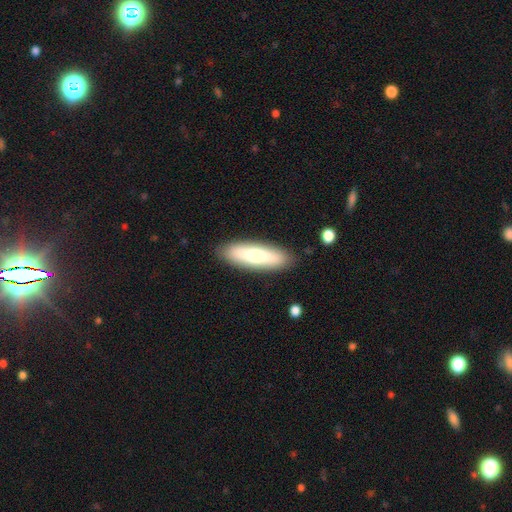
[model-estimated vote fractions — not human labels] smooth_or_featured: smooth (p=0.68) [alt: featured or disk p=0.26]
how_rounded: cigar-shaped (p=0.59) [alt: in between p=0.40]
merging: none (p=0.88) [alt: minor disturbance p=0.09]